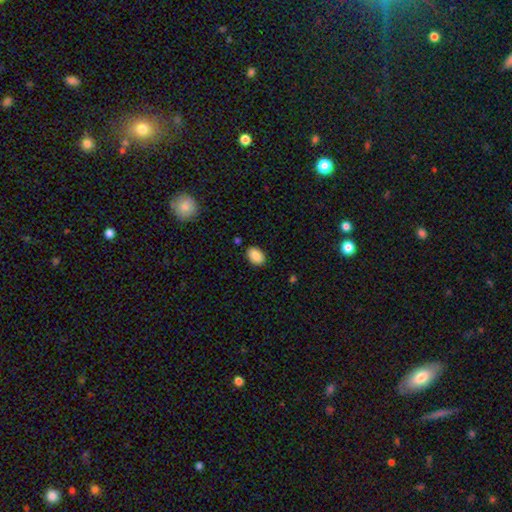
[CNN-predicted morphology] This is clearly a smooth galaxy (89%). How rounded: clearly in between (88%). Merging: clearly none (86%).